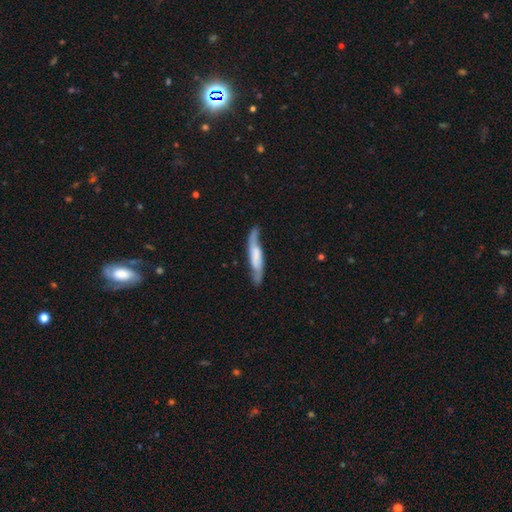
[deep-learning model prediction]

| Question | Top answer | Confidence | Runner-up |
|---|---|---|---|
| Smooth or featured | featured or disk | 60% | smooth (34%) |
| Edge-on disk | no | 51% | yes (49%) |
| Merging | none | 72% | minor disturbance (20%) |